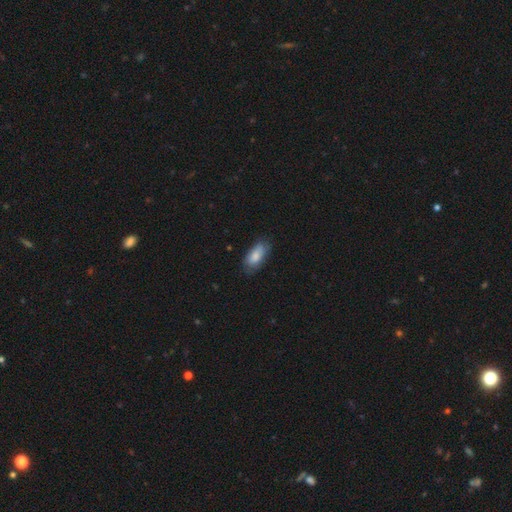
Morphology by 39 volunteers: Smooth or featured? smooth (82%)
How rounded? in between (88%)
Merging? none (63%)